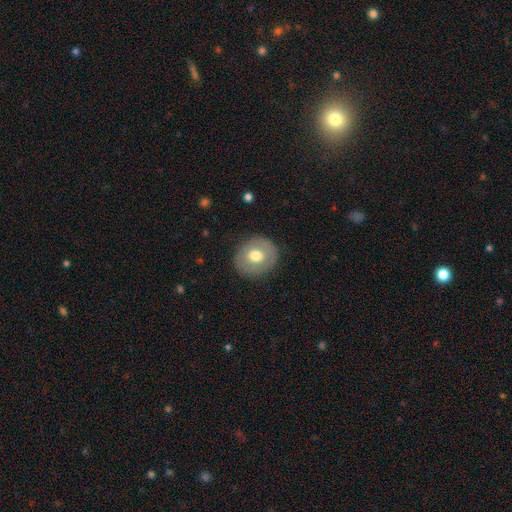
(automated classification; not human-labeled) This appears to be a smooth galaxy with no disk features (63%) that is round (77%). Merging: none (86%).